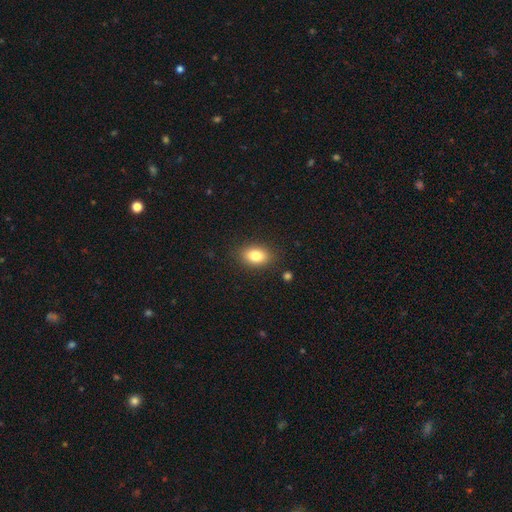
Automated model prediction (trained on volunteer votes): Smooth or featured? smooth (82%)
How rounded? in between (80%)
Merging? none (86%)